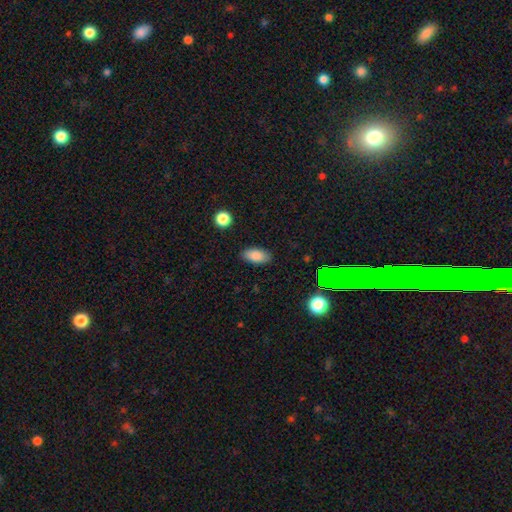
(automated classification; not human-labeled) Smooth or featured? Predicted: smooth (p=0.85). How rounded? Predicted: in between (p=0.91). Merging? Predicted: none (p=0.87).